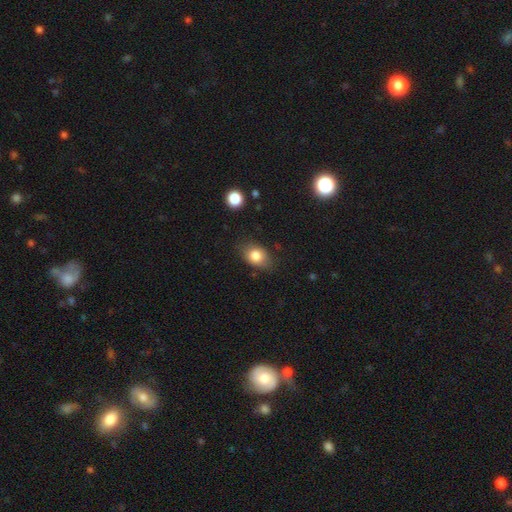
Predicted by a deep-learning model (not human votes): Smooth or featured: smooth — 82% (featured or disk — 10%)
How rounded: in between — 74% (round — 24%)
Merging: none — 78% (minor disturbance — 17%)